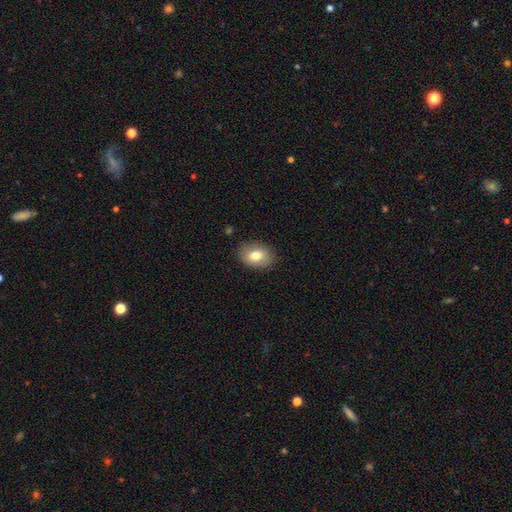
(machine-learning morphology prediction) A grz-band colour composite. It shows a smooth galaxy with no disk features (77%) that is in between round and cigar-shaped (80%). Merging: none (85%).